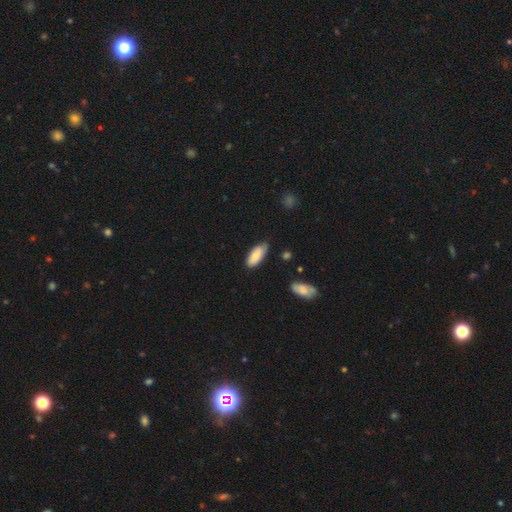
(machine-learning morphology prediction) type=smooth (81%); roundness=in between (85%); merging=none (67%).